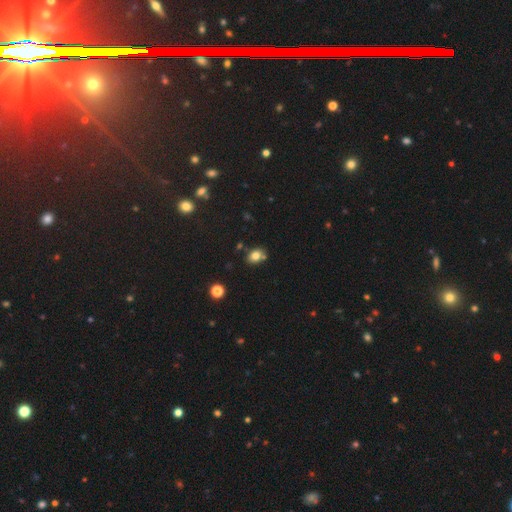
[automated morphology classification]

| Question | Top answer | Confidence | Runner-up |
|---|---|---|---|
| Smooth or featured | smooth | 78% | star or artifact (12%) |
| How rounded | in between | 64% | round (34%) |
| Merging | none | 70% | minor disturbance (14%) |